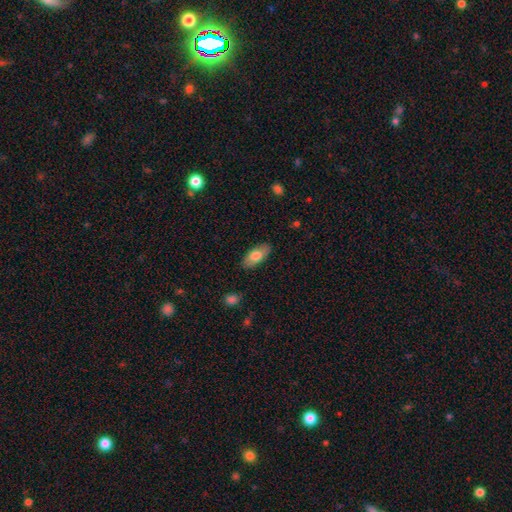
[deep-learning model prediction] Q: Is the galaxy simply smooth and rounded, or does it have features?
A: smooth — 75%.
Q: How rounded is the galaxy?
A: in between — 88%.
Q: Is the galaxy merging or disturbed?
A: none — 86%.